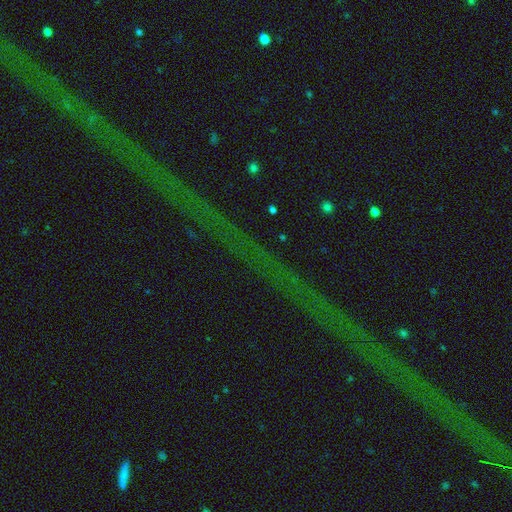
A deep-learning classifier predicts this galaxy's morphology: star or artifact 77%, featured or disk 15%, smooth 8%.